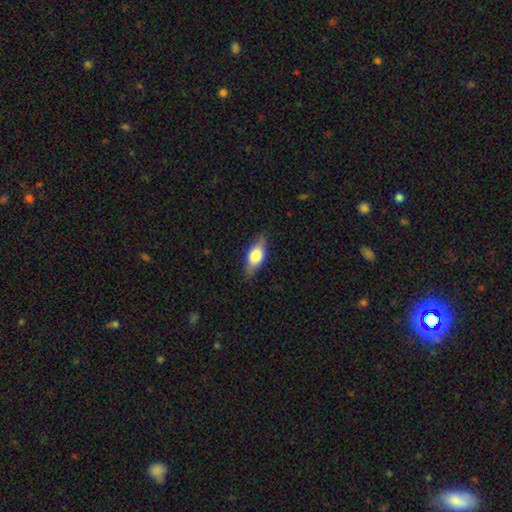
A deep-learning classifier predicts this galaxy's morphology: A smooth galaxy with no disk features (66%) that is in between round and cigar-shaped (81%).

Vote fractions:
- Smooth or featured? smooth: 66% / featured or disk: 28% / star or artifact: 7%
- How rounded? in between: 81% / cigar-shaped: 15% / round: 5%
- Merging? none: 82% / minor disturbance: 14% / major disturbance: 3% / merger: 1%